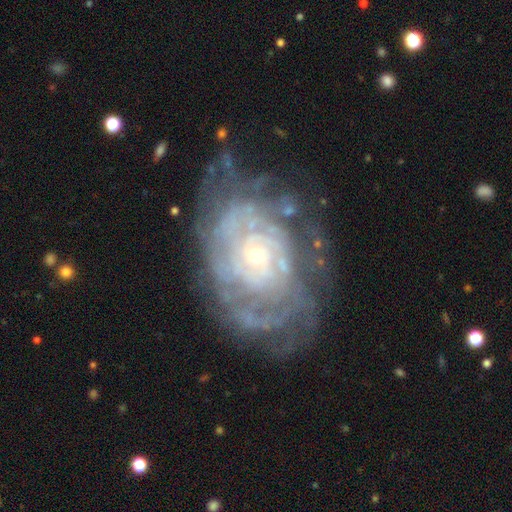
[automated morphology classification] Overall: featured or disk (85%). Edge-on disk: no (96%). Bar: no (77%). Spiral arms: yes (90%). Spiral arm count: can't tell (51%; 2 12%). Spiral winding: tight (76%). Bulge size: small (68%). Merging: none (65%).